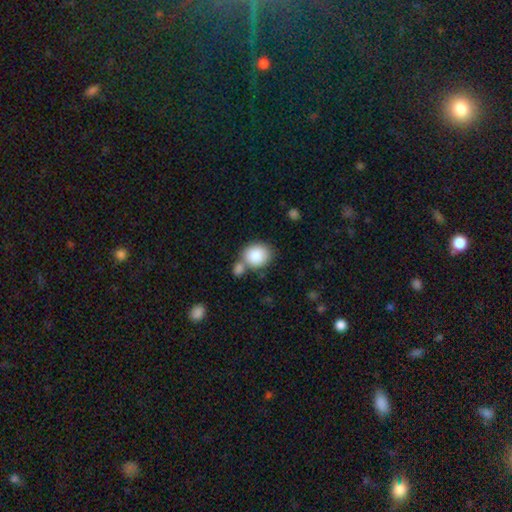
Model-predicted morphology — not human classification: Q: Smooth or featured?
A: smooth (86%); runner-up: star or artifact (7%)
Q: How rounded?
A: round (69%); runner-up: in between (30%)
Q: Merging?
A: none (52%); runner-up: merger (32%)